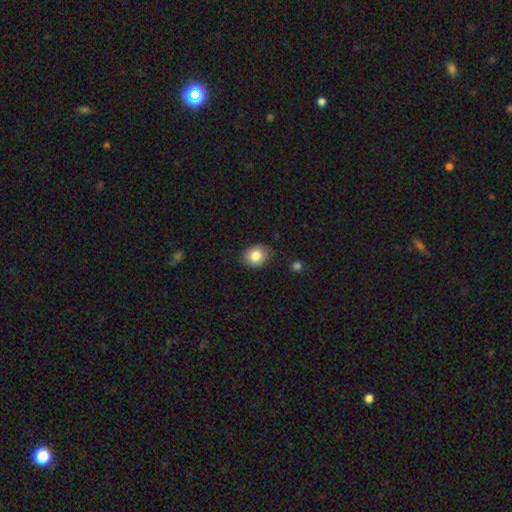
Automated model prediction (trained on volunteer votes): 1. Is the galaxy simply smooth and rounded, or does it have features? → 84% smooth, 8% star or artifact, 7% featured or disk.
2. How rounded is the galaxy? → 57% round, 42% in between, 1% cigar-shaped.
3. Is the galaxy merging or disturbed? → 82% none, 14% minor disturbance, 3% major disturbance, 1% merger.